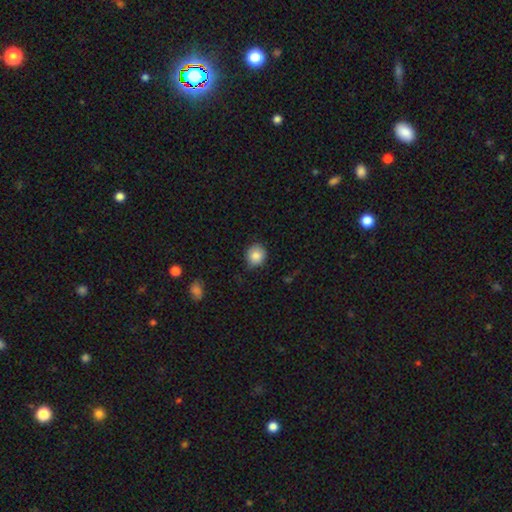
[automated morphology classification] A smooth galaxy with no disk features (85%) that is round (79%). Merging: none (79%).